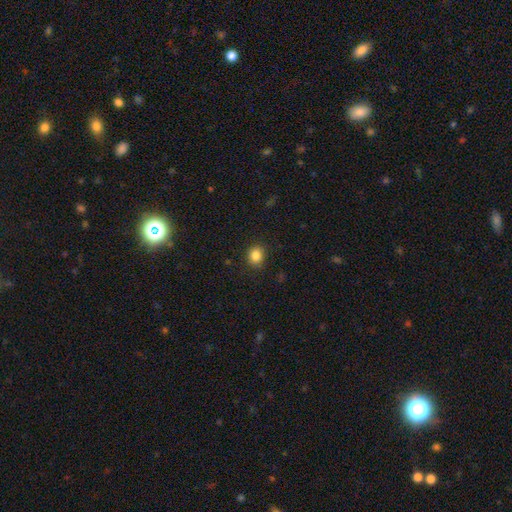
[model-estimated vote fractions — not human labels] This is clearly a smooth galaxy (84%). How rounded: likely round (79%). Merging: clearly none (88%).